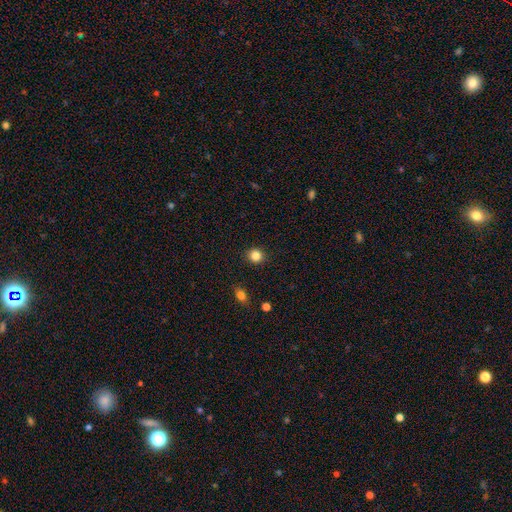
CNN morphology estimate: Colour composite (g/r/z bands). It shows a smooth galaxy with no disk features (84%) that is round (89%). Merging: none (91%).